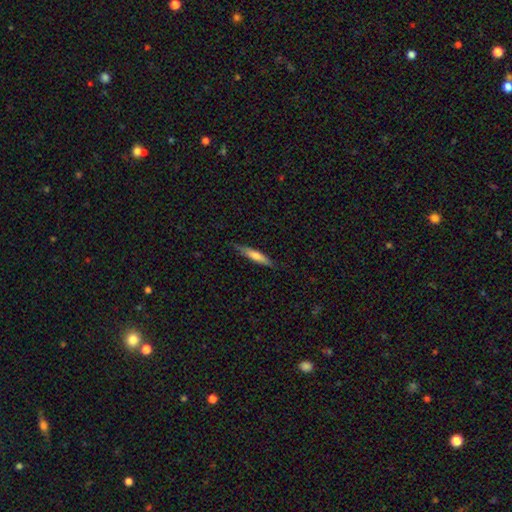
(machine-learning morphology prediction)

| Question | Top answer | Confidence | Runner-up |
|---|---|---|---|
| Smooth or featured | smooth | 62% | featured or disk (32%) |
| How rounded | cigar-shaped | 87% | in between (12%) |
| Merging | none | 80% | minor disturbance (16%) |